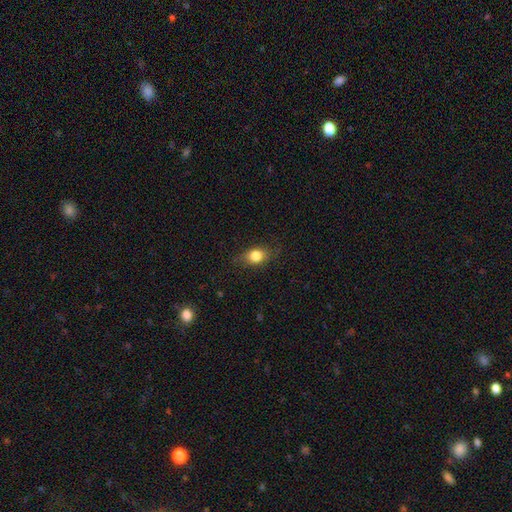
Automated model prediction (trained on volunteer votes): A smooth galaxy with no disk features (81%) that is in between round and cigar-shaped (65%).

Vote fractions:
- Smooth or featured? smooth: 81% / featured or disk: 10% / star or artifact: 9%
- How rounded? in between: 65% / round: 32% / cigar-shaped: 3%
- Merging? none: 77% / minor disturbance: 18% / major disturbance: 5% / merger: 1%